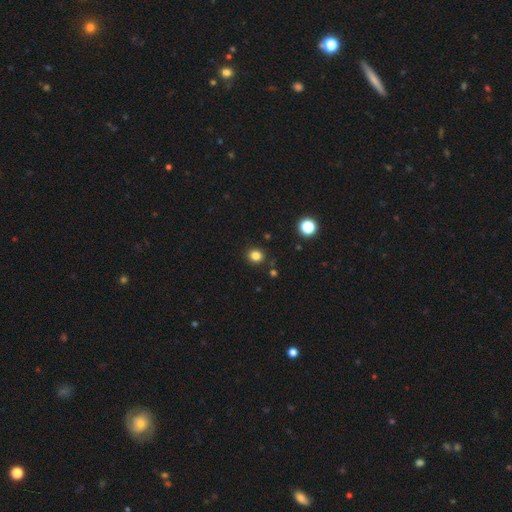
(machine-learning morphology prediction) smooth 83%, star or artifact 13%, featured or disk 4%. Down the decision tree: how rounded — round (81%); merging — none (88%).